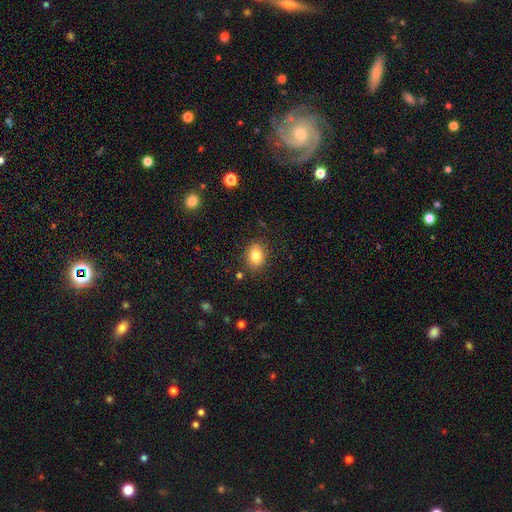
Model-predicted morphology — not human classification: type=smooth (82%); roundness=in between (64%); merging=none (84%).